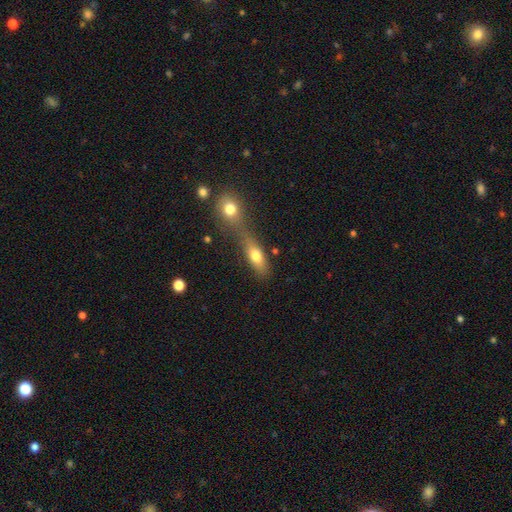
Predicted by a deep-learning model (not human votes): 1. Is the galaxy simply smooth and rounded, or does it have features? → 72% smooth, 18% featured or disk, 10% star or artifact.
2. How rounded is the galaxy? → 63% in between, 25% cigar-shaped, 12% round.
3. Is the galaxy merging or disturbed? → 45% merger, 39% none, 10% minor disturbance, 6% major disturbance.